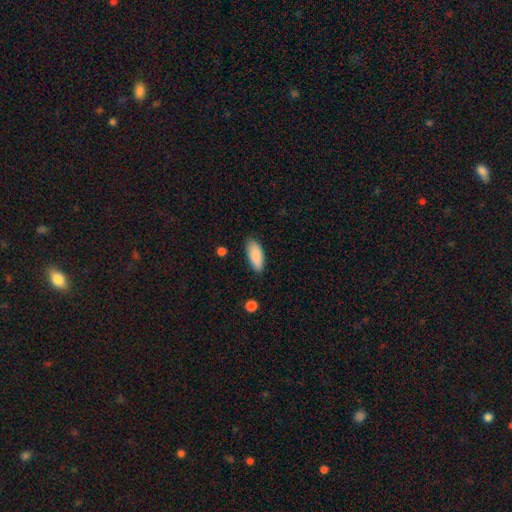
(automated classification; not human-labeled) Q: Smooth or featured?
A: smooth (89%); runner-up: star or artifact (6%)
Q: How rounded?
A: in between (82%); runner-up: cigar-shaped (16%)
Q: Merging?
A: none (83%); runner-up: minor disturbance (13%)